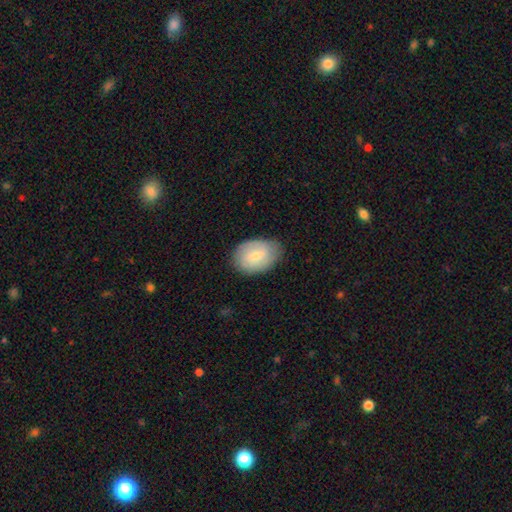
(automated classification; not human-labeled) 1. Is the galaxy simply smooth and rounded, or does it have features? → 53% smooth, 41% featured or disk, 6% star or artifact.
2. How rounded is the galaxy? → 81% in between, 18% round, 1% cigar-shaped.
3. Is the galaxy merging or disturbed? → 79% none, 16% minor disturbance, 4% major disturbance, 1% merger.